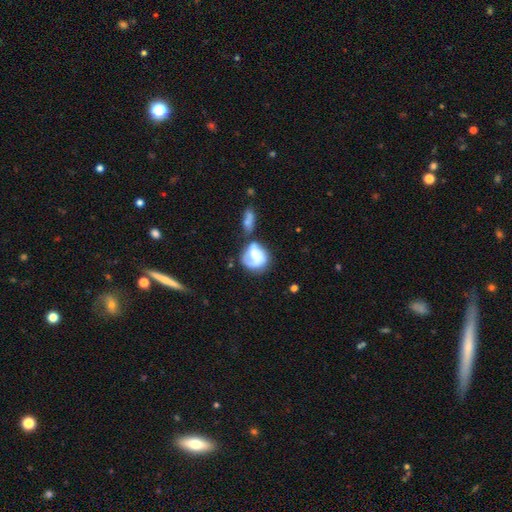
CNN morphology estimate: Smooth or featured?
  - featured or disk: 59% *
  - smooth: 34%
  - star or artifact: 7%
Edge-on disk?
  - no: 97% *
  - yes: 3%
Bar?
  - no: 49% *
  - weak: 37%
  - strong: 14%
Spiral arms?
  - yes: 82% *
  - no: 18%
Bulge size?
  - moderate: 42% *
  - large: 25%
  - small: 18%
  - none: 11%
  - dominant: 4%
Merging?
  - none: 37% *
  - merger: 25%
  - minor disturbance: 19%
  - major disturbance: 19%